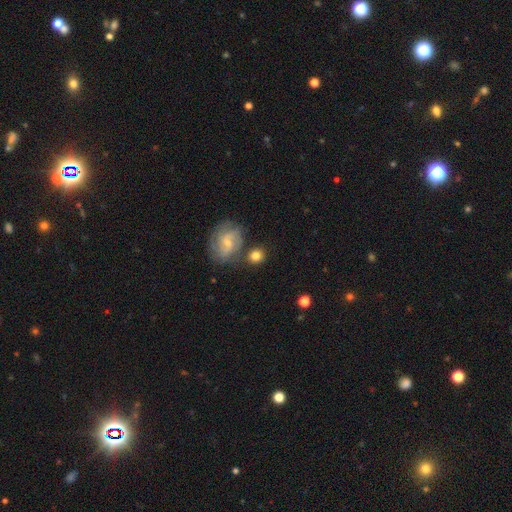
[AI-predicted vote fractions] A smooth galaxy with no disk features (64%) that is round (81%).

Vote fractions:
- Smooth or featured? smooth: 64% / featured or disk: 28% / star or artifact: 8%
- How rounded? round: 81% / in between: 18% / cigar-shaped: 2%
- Merging? none: 73% / minor disturbance: 12% / merger: 11% / major disturbance: 4%